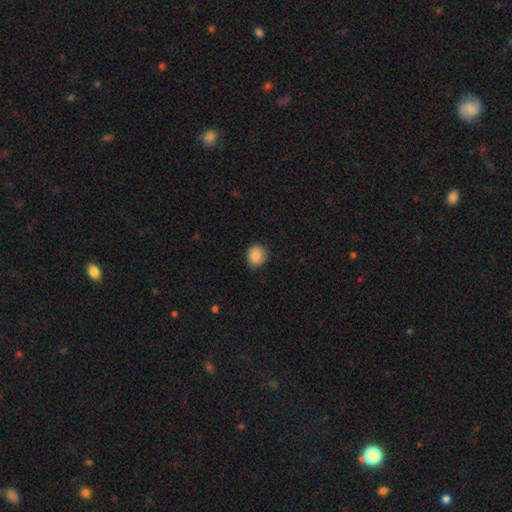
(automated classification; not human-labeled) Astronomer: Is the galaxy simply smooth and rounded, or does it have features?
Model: smooth — 87%.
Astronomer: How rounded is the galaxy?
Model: round — 83%.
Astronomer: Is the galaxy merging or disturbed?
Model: none — 82%.